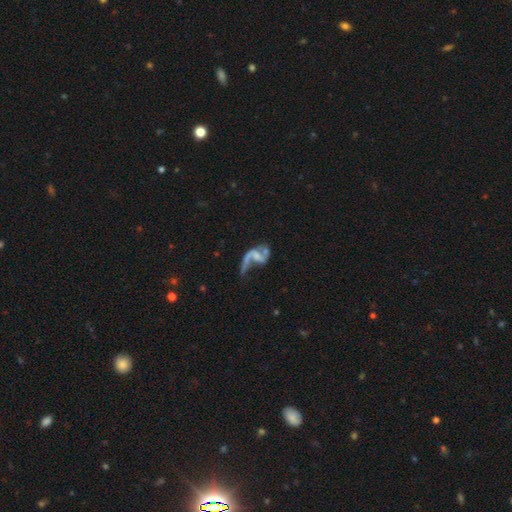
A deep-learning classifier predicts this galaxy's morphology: This is likely a featured or disk galaxy (77%). It is clearly not viewed edge-on (96%). Bar: possibly no (46%). Spiral arm pattern: clearly yes (82%). Spiral arm count: likely 2 (68%). Spiral winding: clearly loose (81%). Central bulge: marginally none (39%). Merging: marginally major disturbance (38%).